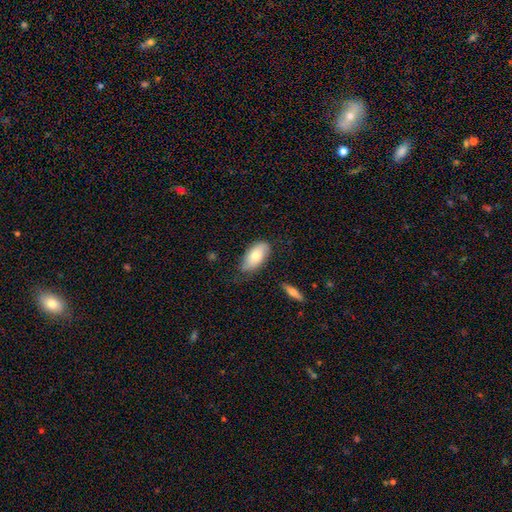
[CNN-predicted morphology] Smooth or featured? smooth (76%)
How rounded? in between (93%)
Merging? none (61%)